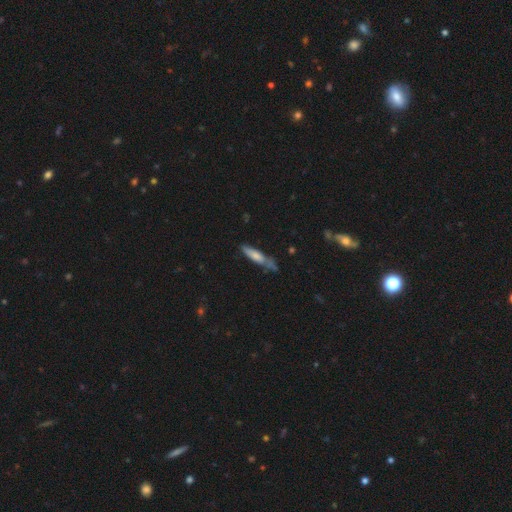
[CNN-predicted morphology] smooth_or_featured: smooth (p=0.66) [alt: featured or disk p=0.27]
how_rounded: cigar-shaped (p=0.78) [alt: in between p=0.20]
merging: none (p=0.55) [alt: minor disturbance p=0.28]